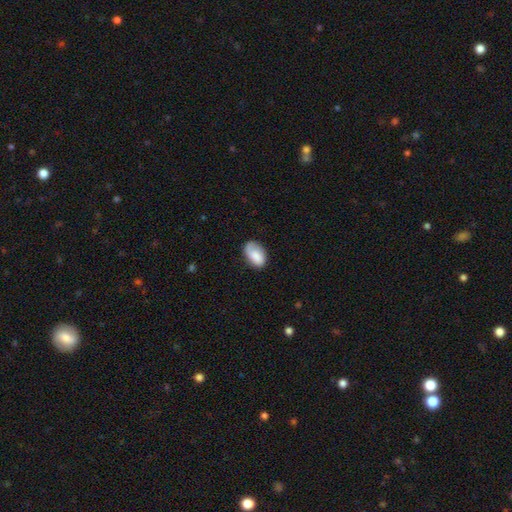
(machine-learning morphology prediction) This is likely a smooth galaxy (76%). How rounded: clearly in between (91%). Merging: likely none (67%).